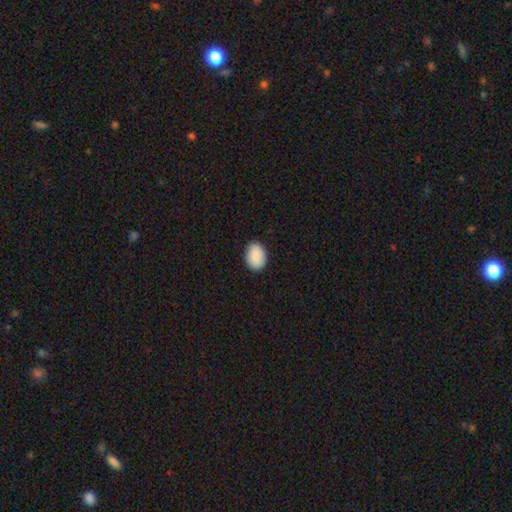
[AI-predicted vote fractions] smooth_or_featured: smooth (p=0.90) [alt: star or artifact p=0.07]
how_rounded: in between (p=0.75) [alt: round p=0.24]
merging: none (p=0.88) [alt: minor disturbance p=0.09]